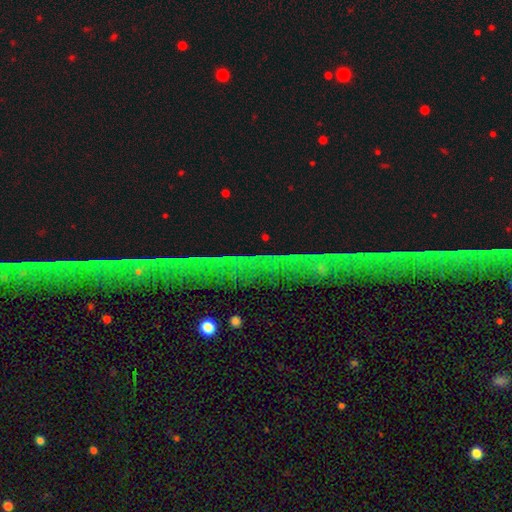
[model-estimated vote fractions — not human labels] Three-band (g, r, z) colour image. It shows a star or artifact, not a galaxy (75%).